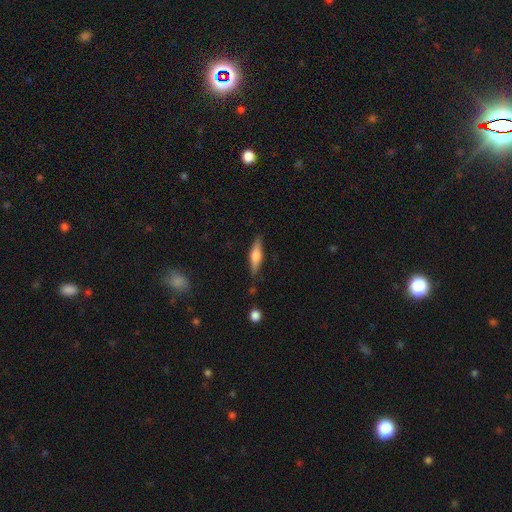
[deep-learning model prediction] A featured or disk galaxy (51%) viewed edge-on (95%). Merging: none (84%).